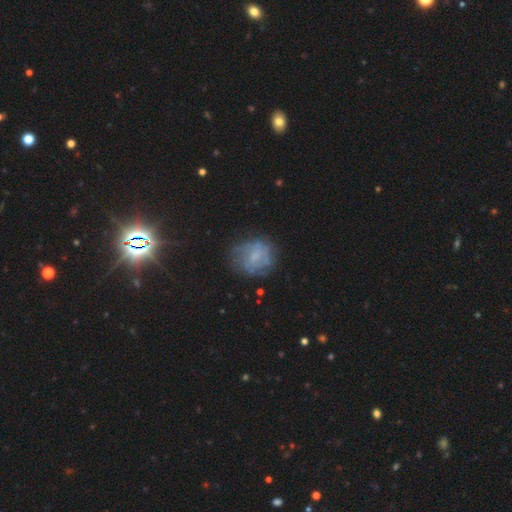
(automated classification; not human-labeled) featured or disk 54%, smooth 34%, star or artifact 12%. Down the decision tree: edge-on disk — no (97%); bar — no (49%); spiral arms — yes (66%); bulge size — none (43%); merging — none (64%).